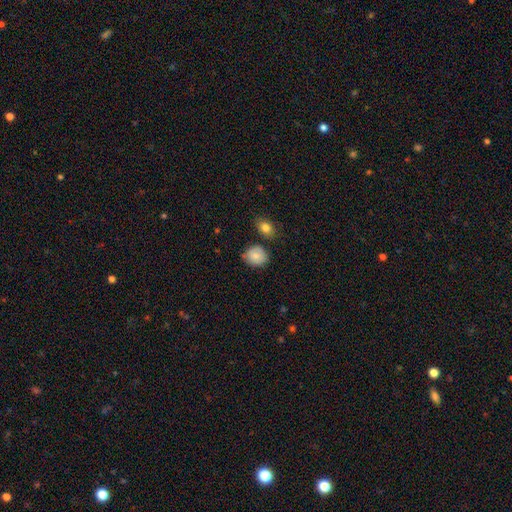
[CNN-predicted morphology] smooth 82%, featured or disk 10%, star or artifact 8%. Down the decision tree: how rounded — round (75%); merging — none (72%).